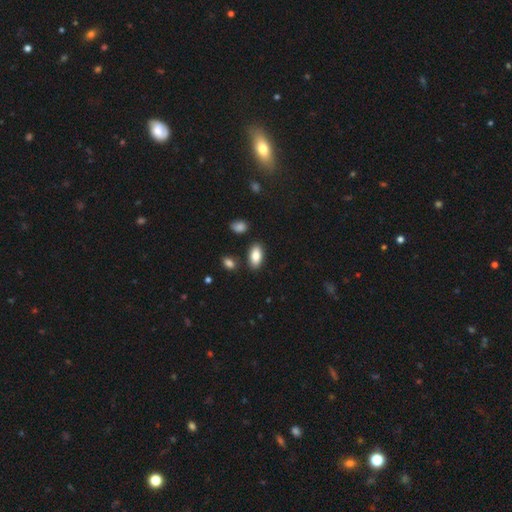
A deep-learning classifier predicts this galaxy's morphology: Smooth or featured? smooth (86%)
How rounded? in between (92%)
Merging? none (85%)